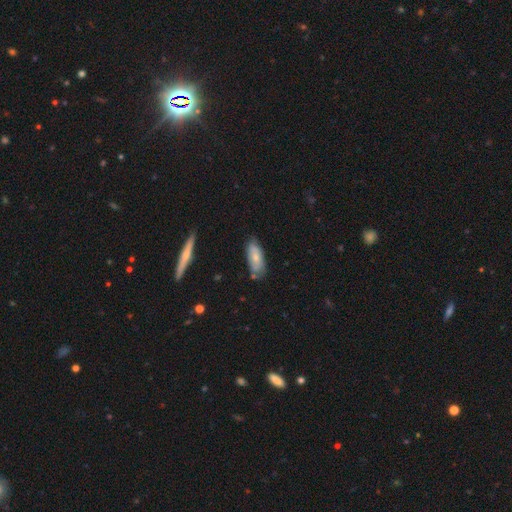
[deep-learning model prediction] Q: Smooth or featured?
A: smooth (67%); runner-up: featured or disk (27%)
Q: How rounded?
A: in between (80%); runner-up: cigar-shaped (18%)
Q: Merging?
A: none (66%); runner-up: minor disturbance (25%)